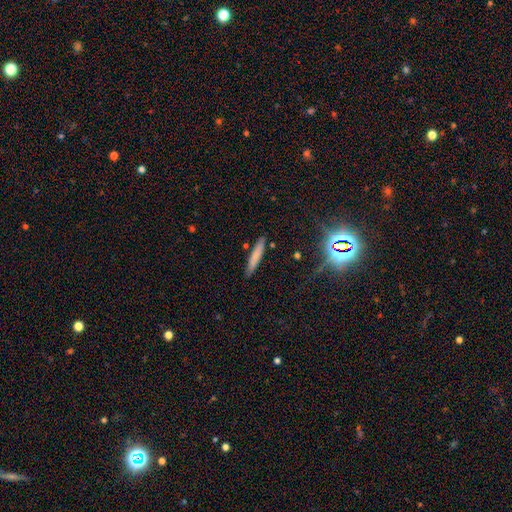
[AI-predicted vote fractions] smooth-or-featured: smooth: 74% | featured or disk: 17% | star or artifact: 10%
  how-rounded: cigar-shaped: 93% | in between: 6% | round: 1%
  merging: none: 88% | minor disturbance: 9% | merger: 2% | major disturbance: 2%